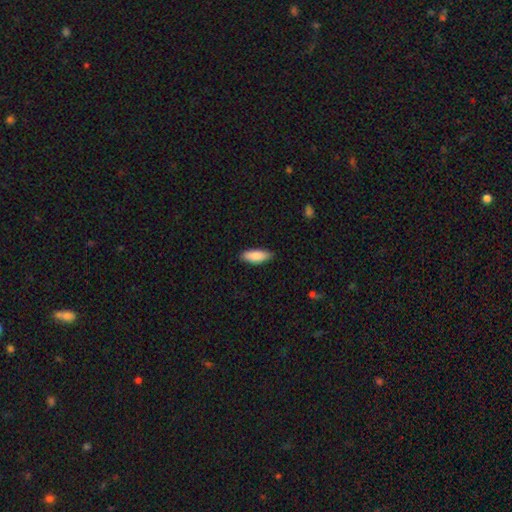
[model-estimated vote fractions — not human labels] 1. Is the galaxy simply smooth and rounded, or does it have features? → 87% smooth, 8% featured or disk, 6% star or artifact.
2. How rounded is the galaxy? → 70% in between, 28% cigar-shaped, 2% round.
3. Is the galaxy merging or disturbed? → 85% none, 12% minor disturbance, 2% major disturbance, 1% merger.